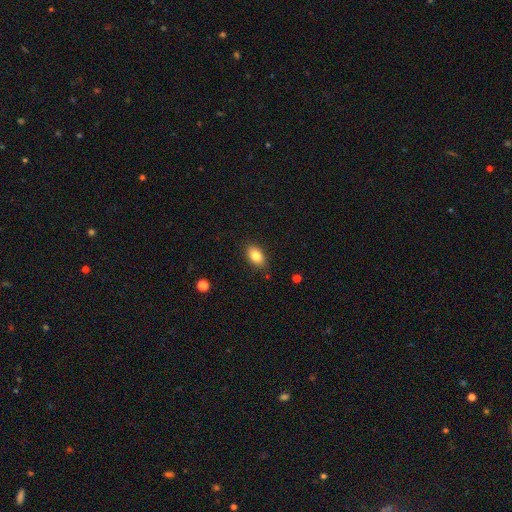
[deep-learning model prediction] Overall: smooth (83%). How rounded: in between (90%). Merging: none (86%).